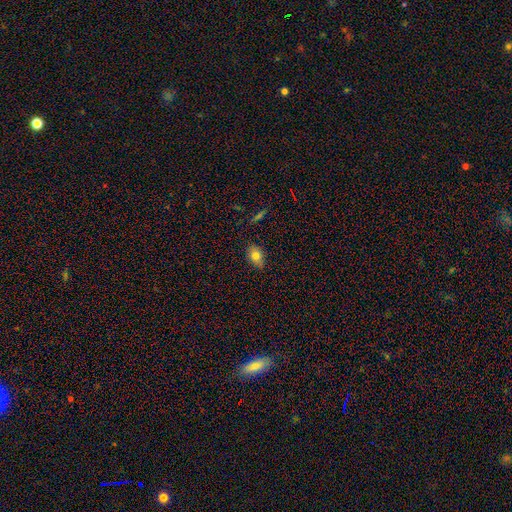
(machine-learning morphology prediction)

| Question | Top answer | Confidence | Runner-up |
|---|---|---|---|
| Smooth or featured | smooth | 77% | featured or disk (12%) |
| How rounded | in between | 72% | round (25%) |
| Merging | none | 71% | minor disturbance (24%) |